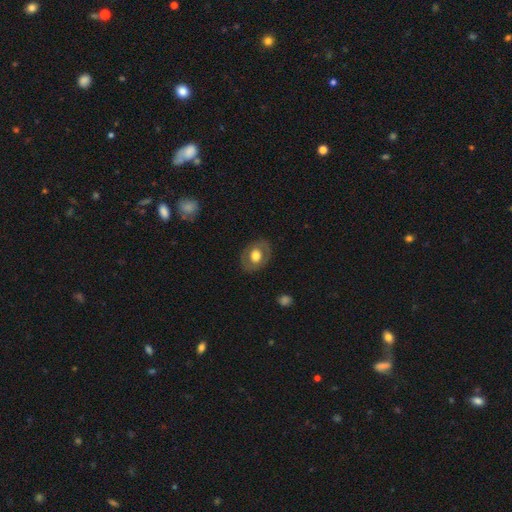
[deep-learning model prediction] A smooth galaxy with no disk features (53%) that is in between round and cigar-shaped (60%). Merging: none (83%).